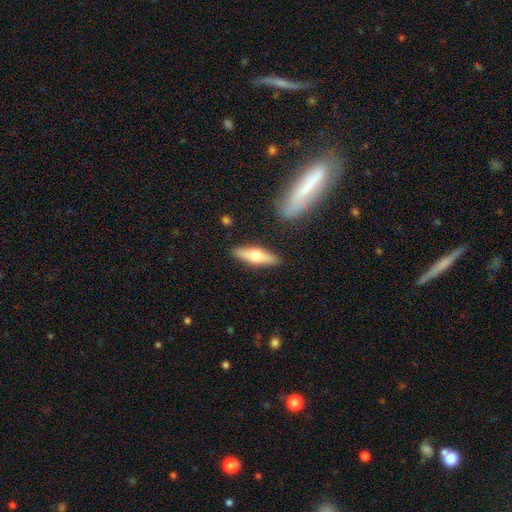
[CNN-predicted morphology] smooth 50%, featured or disk 45%, star or artifact 6%. Down the decision tree: merging — none (87%).